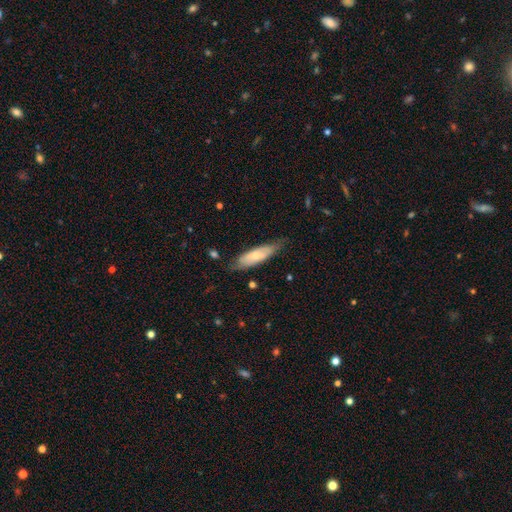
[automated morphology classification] smooth_or_featured: smooth (p=0.56) [alt: featured or disk p=0.39]
how_rounded: cigar-shaped (p=0.52) [alt: in between p=0.46]
merging: none (p=0.68) [alt: minor disturbance p=0.25]